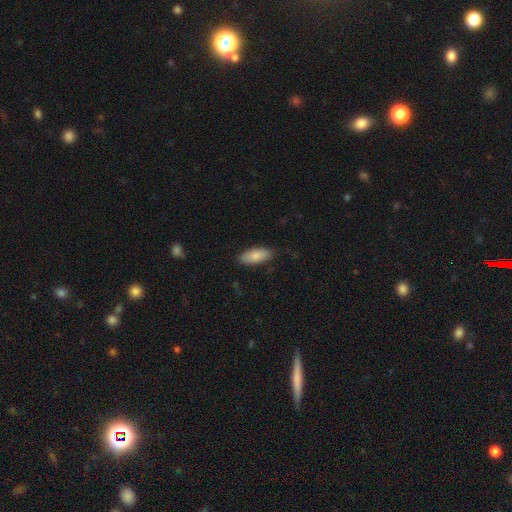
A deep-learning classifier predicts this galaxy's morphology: Smooth or featured? Predicted: smooth (p=0.83). How rounded? Predicted: in between (p=0.83). Merging? Predicted: none (p=0.83).